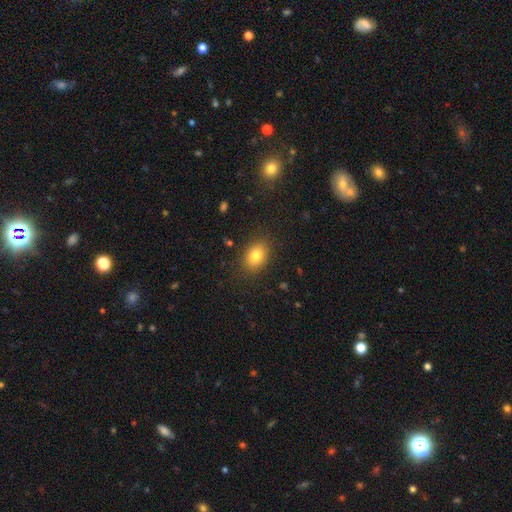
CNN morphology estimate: This is clearly a smooth galaxy (80%). How rounded: likely in between (73%). Merging: clearly none (86%).